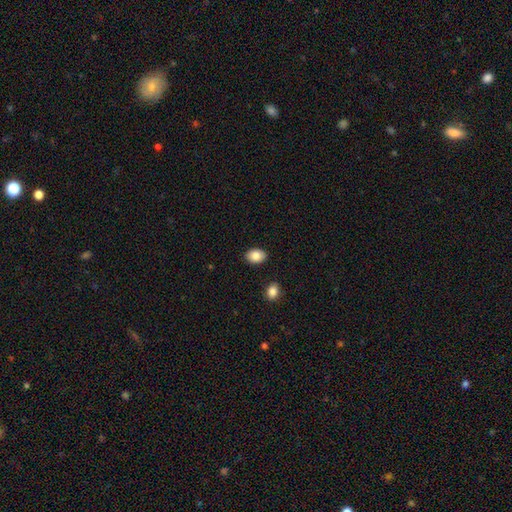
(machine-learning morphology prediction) Smooth or featured?
  - smooth: 86% *
  - star or artifact: 8%
  - featured or disk: 7%
How rounded?
  - in between: 80% *
  - round: 19%
  - cigar-shaped: 1%
Merging?
  - none: 88% *
  - minor disturbance: 8%
  - merger: 2%
  - major disturbance: 2%